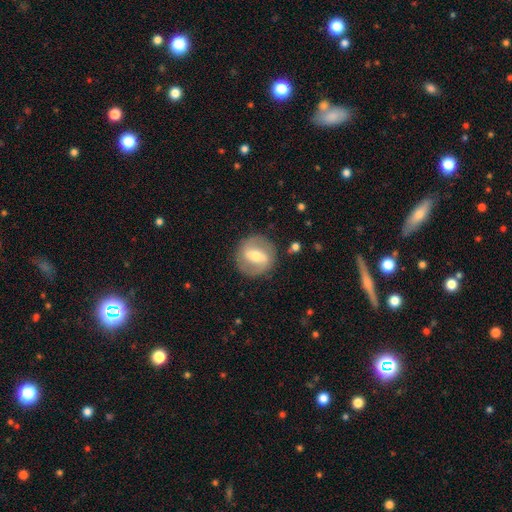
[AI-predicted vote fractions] Smooth or featured? Predicted: featured or disk (p=0.66). Edge-on disk? Predicted: no (p=0.95). Bar? Predicted: strong (p=0.45). Spiral arms? Predicted: yes (p=0.71). Bulge size? Predicted: moderate (p=0.65). Merging? Predicted: none (p=0.84).